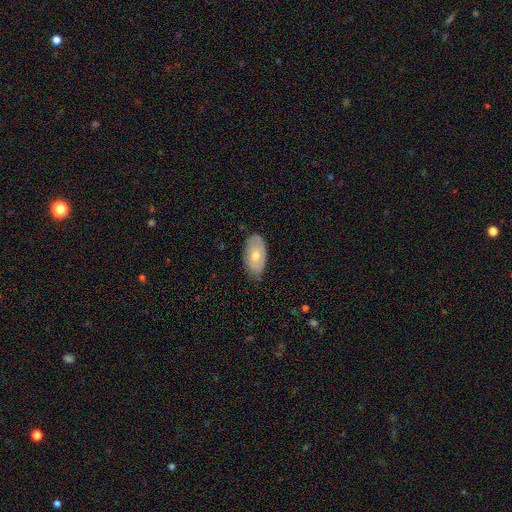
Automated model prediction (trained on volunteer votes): A smooth galaxy with no disk features (50%) that is in between round and cigar-shaped (93%). Merging: none (77%).